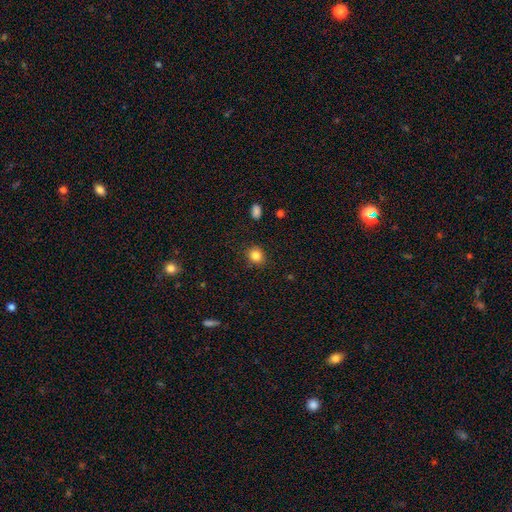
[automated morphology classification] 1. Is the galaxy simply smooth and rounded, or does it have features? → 84% smooth, 11% star or artifact, 5% featured or disk.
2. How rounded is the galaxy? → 72% round, 27% in between, 1% cigar-shaped.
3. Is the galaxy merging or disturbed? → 88% none, 9% minor disturbance, 2% major disturbance, 1% merger.